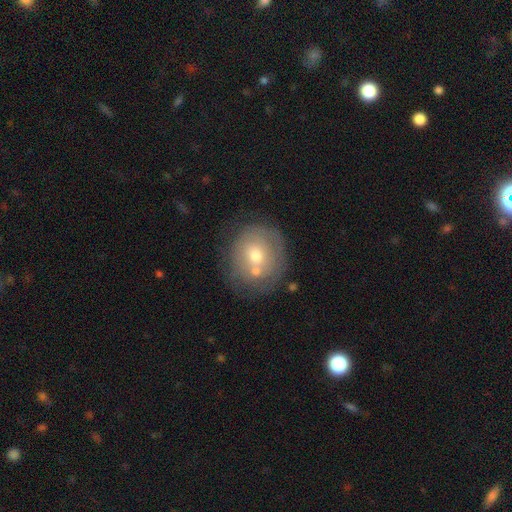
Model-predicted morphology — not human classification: A smooth galaxy with no disk features (57%) that is round (83%). Merging: none (55%).